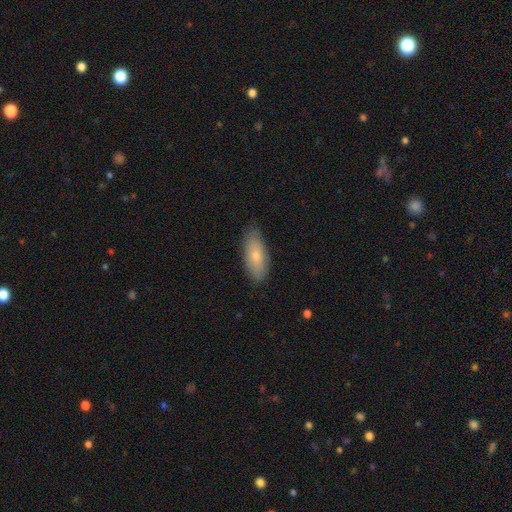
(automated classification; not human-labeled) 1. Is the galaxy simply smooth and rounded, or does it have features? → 75% smooth, 19% featured or disk, 6% star or artifact.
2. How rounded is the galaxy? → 81% in between, 17% cigar-shaped, 3% round.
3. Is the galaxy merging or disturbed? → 82% none, 14% minor disturbance, 2% major disturbance, 1% merger.